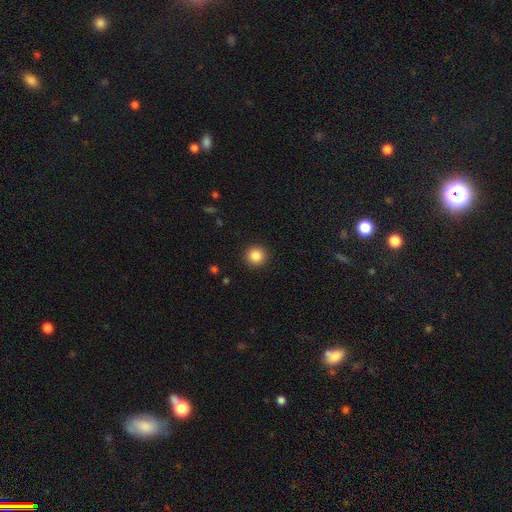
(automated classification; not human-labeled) The model was most divided on "smooth or featured": smooth: 86%, star or artifact: 10%, featured or disk: 4%. More confident: how rounded — round (95%); merging — none (92%).